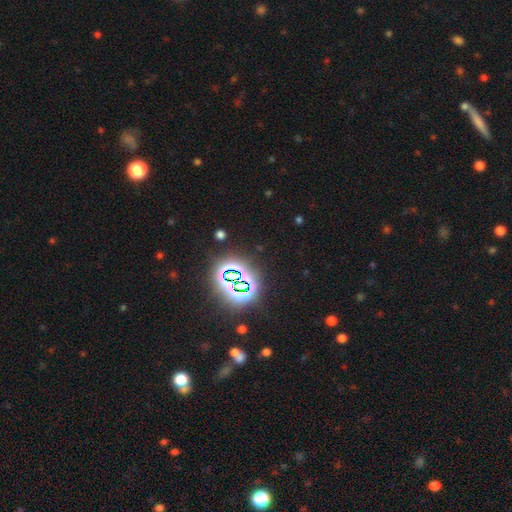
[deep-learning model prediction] A star or artifact, not a galaxy (81%).

Vote fractions:
- Smooth or featured? star or artifact: 81% / smooth: 11% / featured or disk: 8%